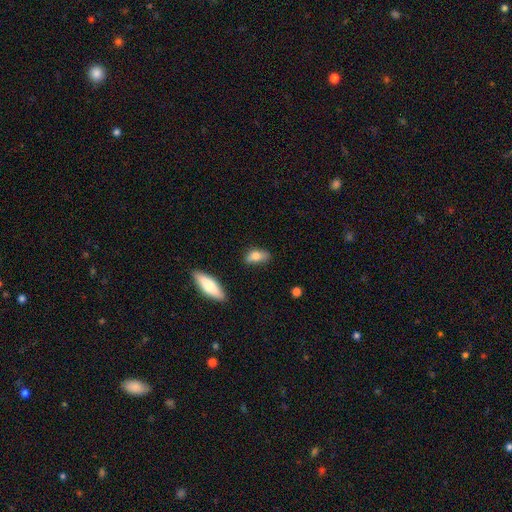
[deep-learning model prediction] A smooth galaxy with no disk features (76%) that is in between round and cigar-shaped (80%).

Vote fractions:
- Smooth or featured? smooth: 76% / featured or disk: 17% / star or artifact: 7%
- How rounded? in between: 80% / cigar-shaped: 16% / round: 4%
- Merging? none: 76% / minor disturbance: 17% / major disturbance: 4% / merger: 3%